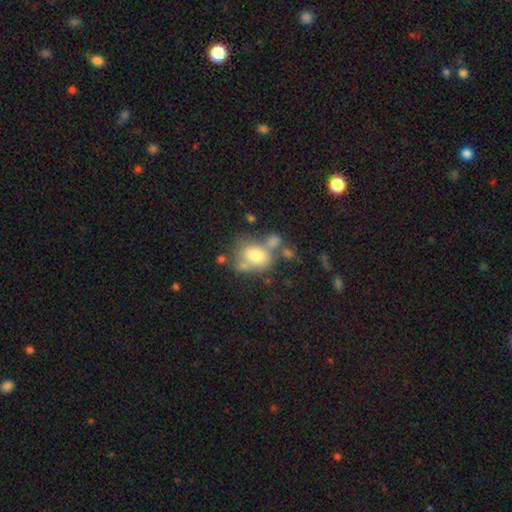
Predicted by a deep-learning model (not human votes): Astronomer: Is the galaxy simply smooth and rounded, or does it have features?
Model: smooth — 70%.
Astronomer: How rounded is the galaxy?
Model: in between — 57% (runner-up: round, 41%).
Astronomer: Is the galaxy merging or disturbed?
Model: none — 40% (runner-up: merger, 30%).